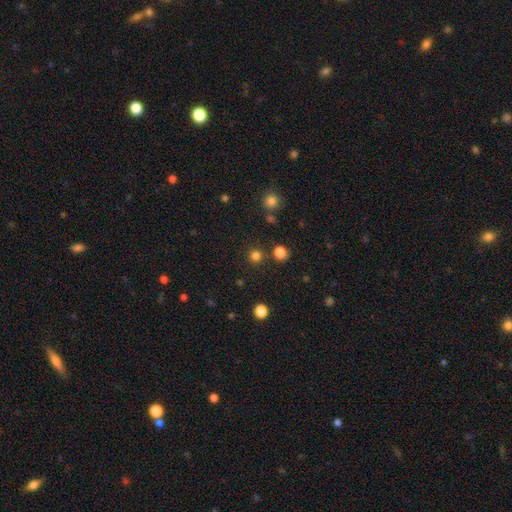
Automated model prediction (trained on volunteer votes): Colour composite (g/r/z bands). It shows a smooth galaxy with no disk features (78%) that is round (94%). Merging: none (86%).